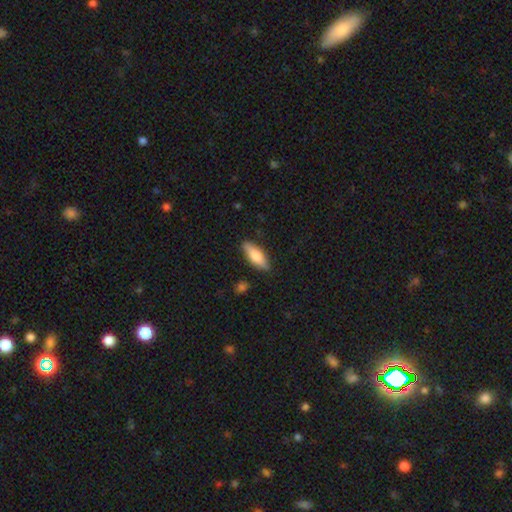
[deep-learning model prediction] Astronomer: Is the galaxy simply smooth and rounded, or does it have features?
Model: smooth — 77%.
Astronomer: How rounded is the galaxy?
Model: in between — 64%.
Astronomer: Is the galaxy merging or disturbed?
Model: none — 84%.